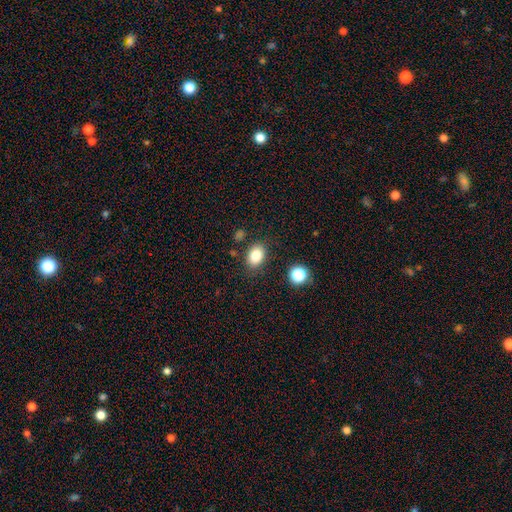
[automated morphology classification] Smooth or featured? Predicted: smooth (p=0.84). How rounded? Predicted: in between (p=0.77). Merging? Predicted: none (p=0.81).